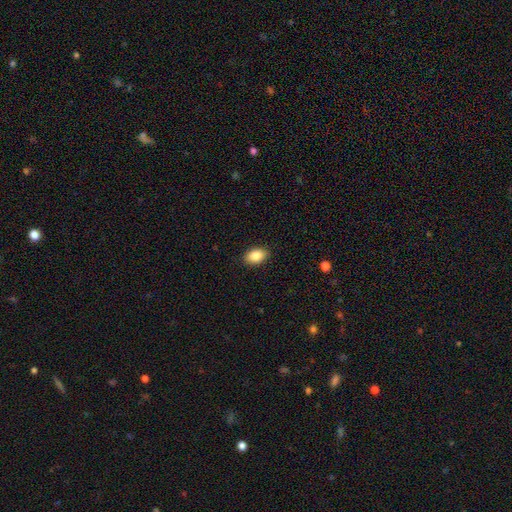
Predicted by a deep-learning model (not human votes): smooth_or_featured: smooth (p=0.87) [alt: star or artifact p=0.08]
how_rounded: in between (p=0.88) [alt: round p=0.10]
merging: none (p=0.88) [alt: minor disturbance p=0.09]